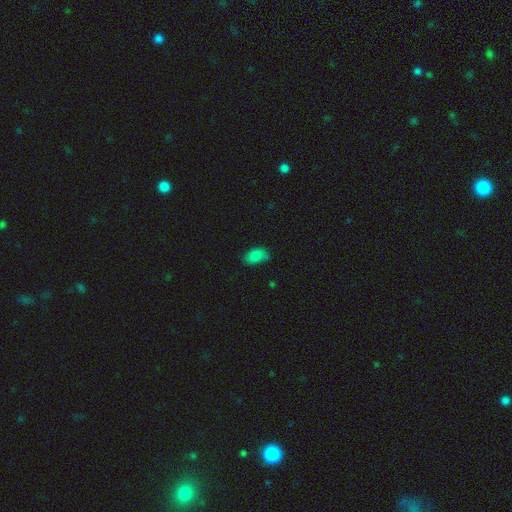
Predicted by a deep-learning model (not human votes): Q: Smooth or featured?
A: smooth (84%); runner-up: star or artifact (9%)
Q: How rounded?
A: in between (90%); runner-up: round (8%)
Q: Merging?
A: none (68%); runner-up: minor disturbance (25%)